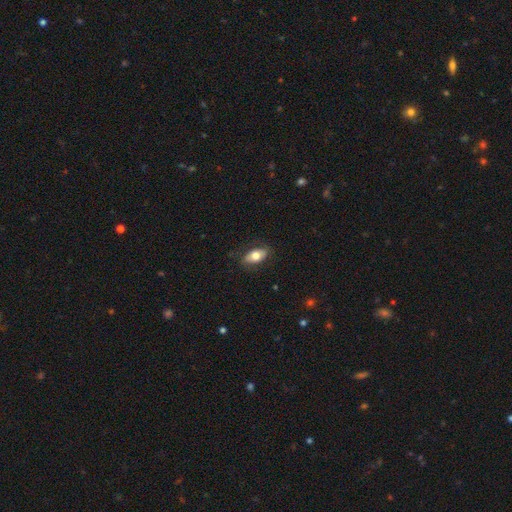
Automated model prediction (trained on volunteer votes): Smooth or featured? smooth (72%)
How rounded? in between (89%)
Merging? none (83%)